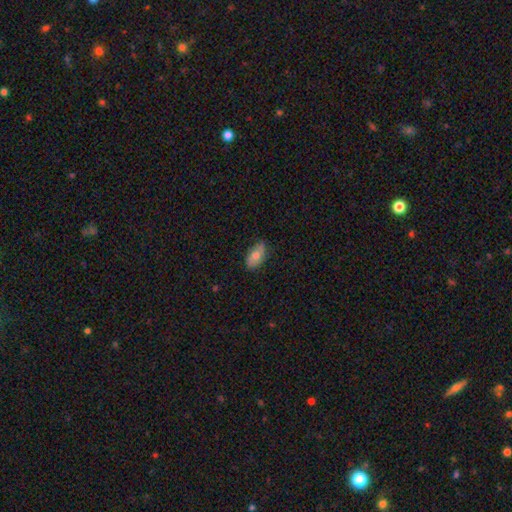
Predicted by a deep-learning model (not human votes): Smooth or featured: smooth — 71% (featured or disk — 22%)
How rounded: in between — 92% (cigar-shaped — 4%)
Merging: none — 75% (minor disturbance — 21%)